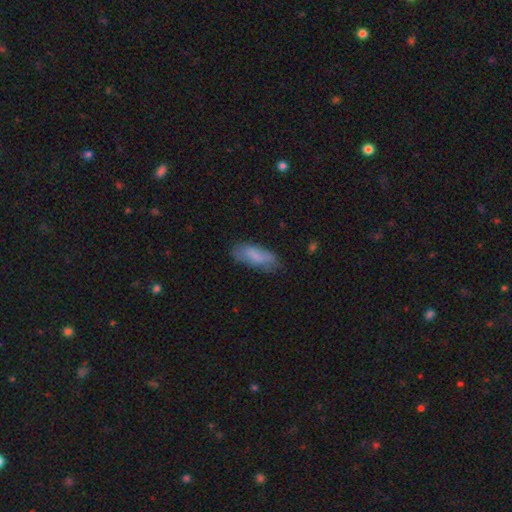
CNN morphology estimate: Smooth or featured? Predicted: smooth (p=0.75). How rounded? Predicted: in between (p=0.74). Merging? Predicted: none (p=0.68).